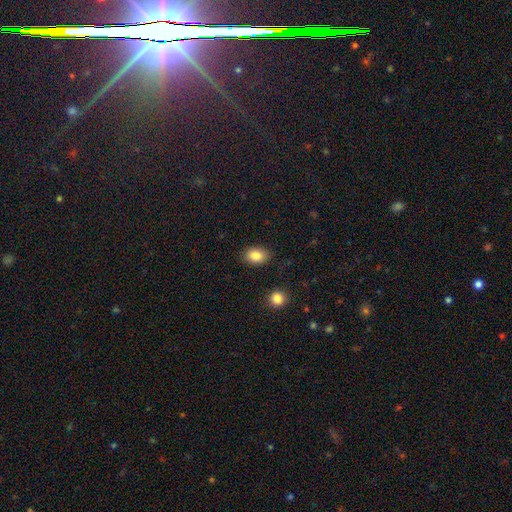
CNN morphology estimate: type=smooth (85%); roundness=in between (79%); merging=none (85%).